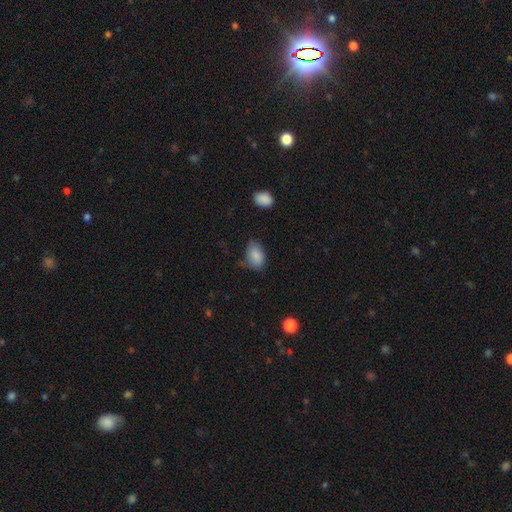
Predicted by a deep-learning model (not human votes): smooth-or-featured: smooth: 86% | star or artifact: 7% | featured or disk: 7%
  how-rounded: in between: 87% | round: 12% | cigar-shaped: 1%
  merging: none: 63% | minor disturbance: 28% | major disturbance: 6% | merger: 2%